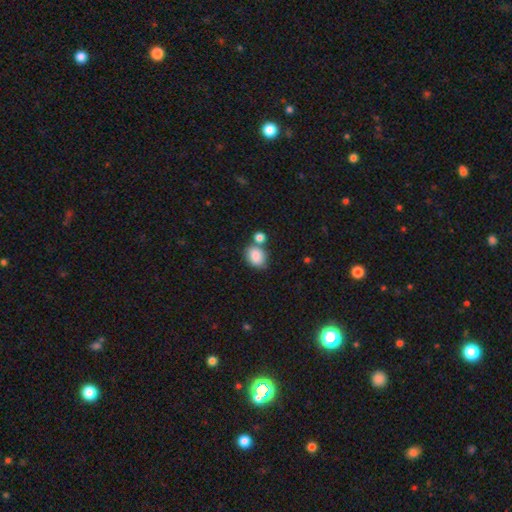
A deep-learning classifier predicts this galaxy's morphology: A smooth galaxy with no disk features (85%) that is round (52%). Merging: none (55%).